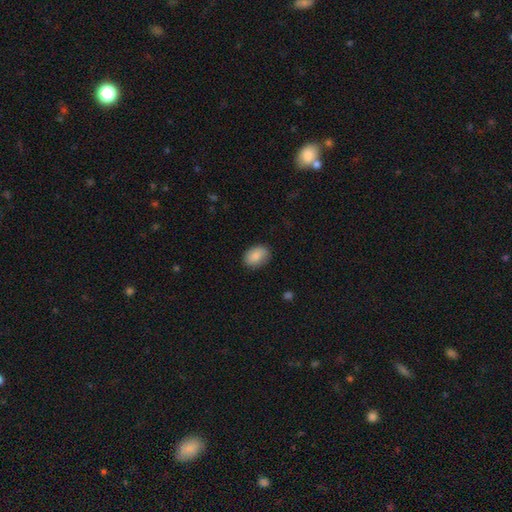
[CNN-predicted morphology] Smooth or featured: smooth — 87% (star or artifact — 7%)
How rounded: in between — 81% (round — 17%)
Merging: none — 84% (minor disturbance — 12%)